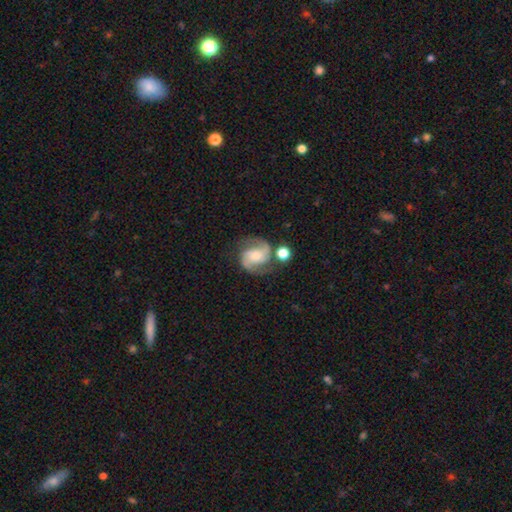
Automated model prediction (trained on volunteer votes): This is clearly a featured or disk galaxy (83%). It is clearly not viewed edge-on (98%). Bar: possibly no (49%). Spiral arm pattern: clearly yes (97%). Spiral arm count: clearly 2 (92%). Spiral winding: possibly medium (57%). Central bulge: marginally moderate (45%). Merging: likely none (68%).